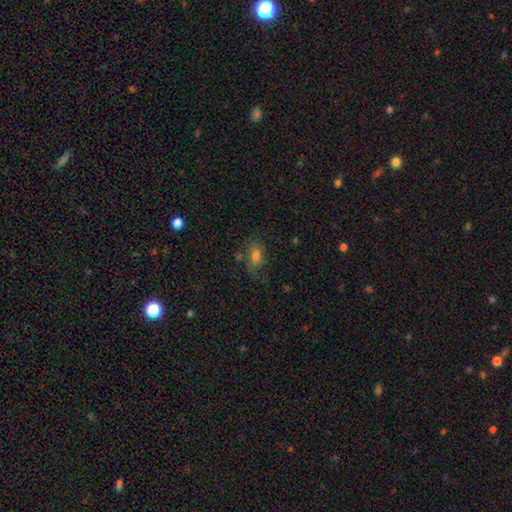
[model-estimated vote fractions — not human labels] Smooth or featured? smooth (68%)
How rounded? in between (80%)
Merging? none (59%)